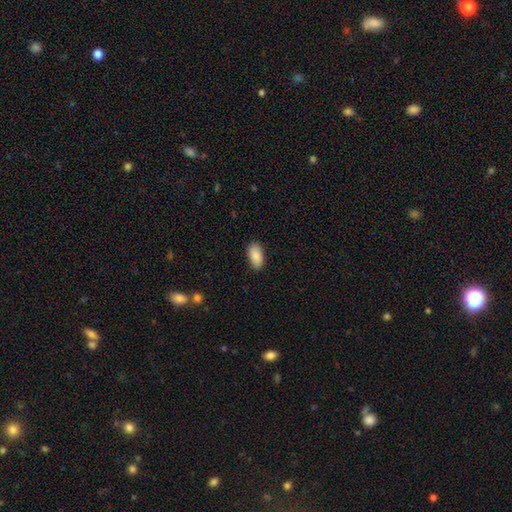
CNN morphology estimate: This is clearly a smooth galaxy (87%). How rounded: clearly in between (94%). Merging: clearly none (87%).